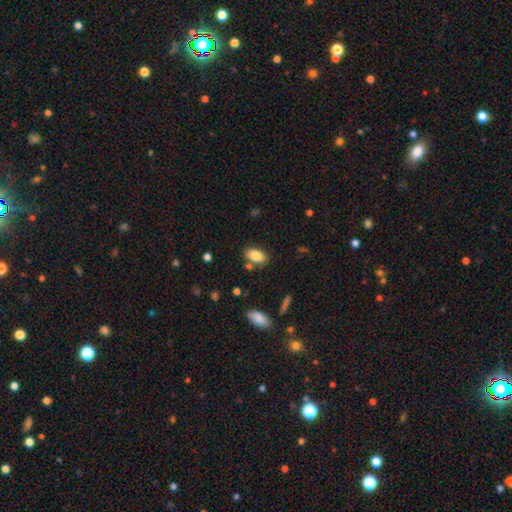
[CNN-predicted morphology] This appears to be a smooth galaxy with no disk features (86%) that is in between round and cigar-shaped (91%). Merging: none (77%).